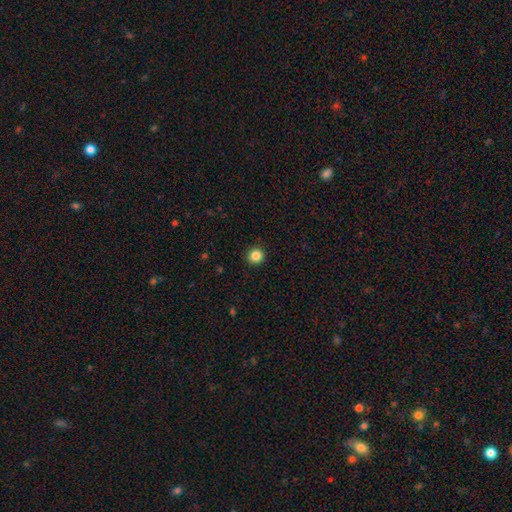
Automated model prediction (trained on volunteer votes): This appears to be a smooth galaxy with no disk features (86%) that is round (94%). Merging: none (93%).